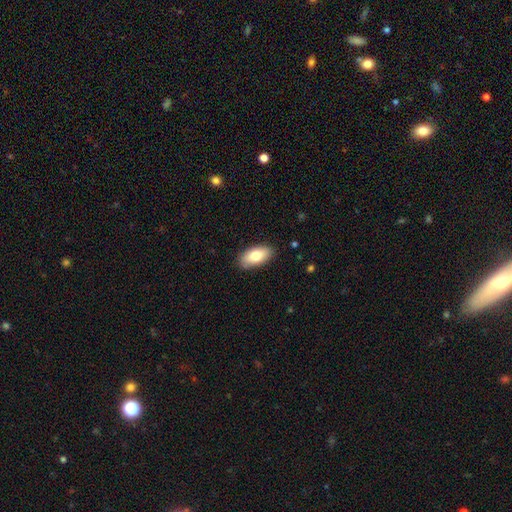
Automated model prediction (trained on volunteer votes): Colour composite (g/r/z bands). It shows a smooth galaxy with no disk features (77%) that is in between round and cigar-shaped (92%). Merging: none (86%).